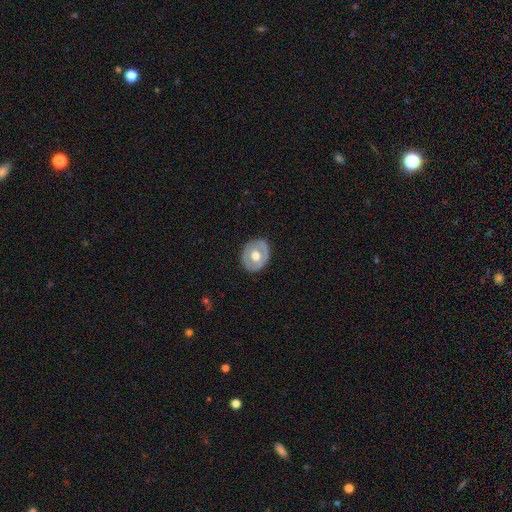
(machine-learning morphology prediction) featured or disk 53%, smooth 42%, star or artifact 5%. Down the decision tree: edge-on disk — no (93%); merging — none (83%).